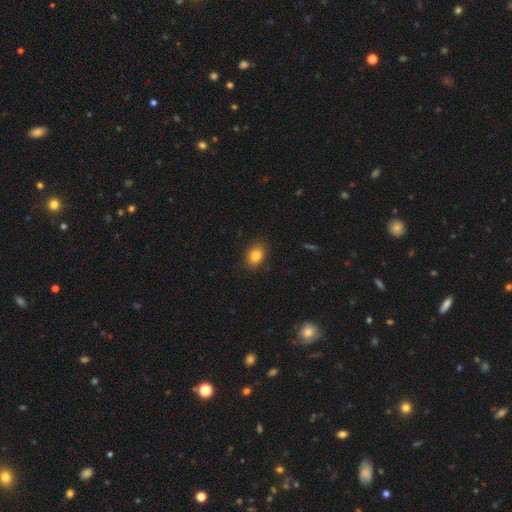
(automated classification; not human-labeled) The model was most divided on "how rounded": in between: 73%, round: 26%, cigar-shaped: 1%. More confident: merging — none (88%); smooth or featured — smooth (84%).